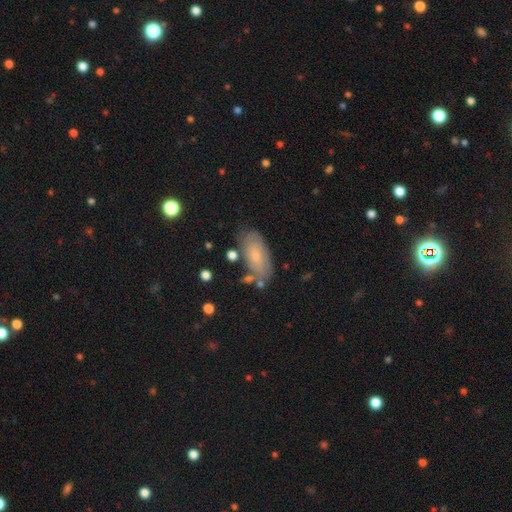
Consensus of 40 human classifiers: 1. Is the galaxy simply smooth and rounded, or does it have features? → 60% smooth, 28% featured or disk, 12% star or artifact.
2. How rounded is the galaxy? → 88% in between, 8% round, 4% cigar-shaped.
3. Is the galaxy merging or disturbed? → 60% none, 20% minor disturbance, 11% major disturbance, 9% merger.